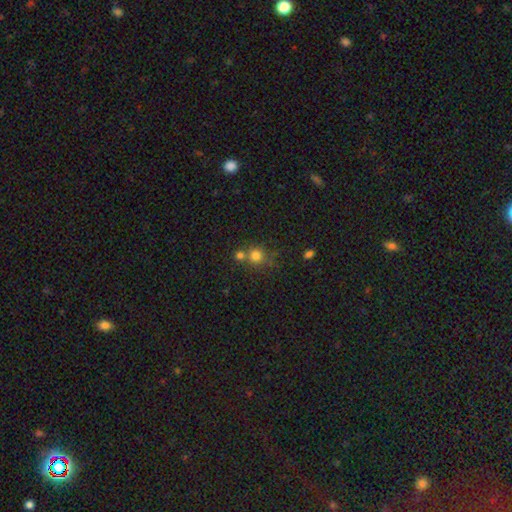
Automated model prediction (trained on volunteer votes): Smooth or featured? smooth (76%)
How rounded? round (90%)
Merging? none (54%)